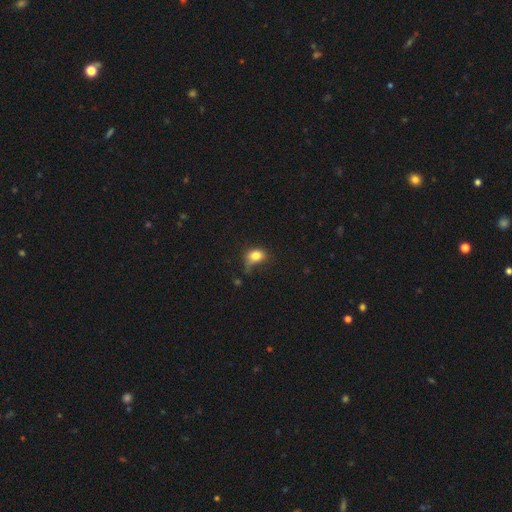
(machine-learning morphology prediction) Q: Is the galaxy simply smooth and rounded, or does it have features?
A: smooth — 80%.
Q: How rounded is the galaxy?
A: in between — 58%.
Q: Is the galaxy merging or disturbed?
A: none — 42%.